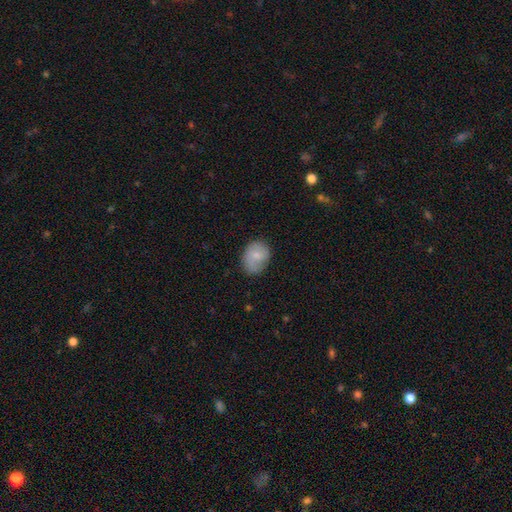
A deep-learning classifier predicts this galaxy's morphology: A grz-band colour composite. It shows a smooth galaxy with no disk features (72%) that is in between round and cigar-shaped (57%). Merging: none (62%).